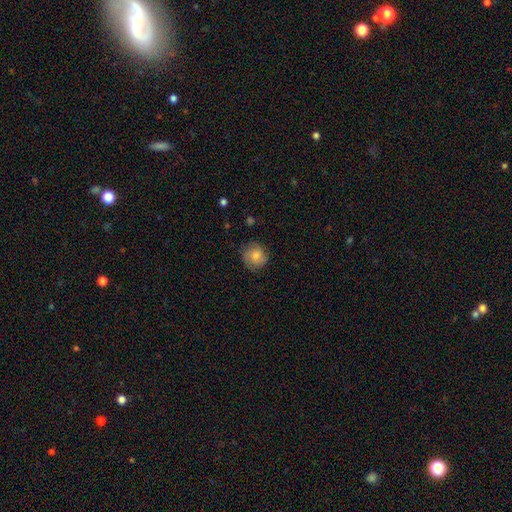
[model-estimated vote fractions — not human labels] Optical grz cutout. It shows a smooth galaxy with no disk features (76%) that is round (87%). Merging: none (79%).